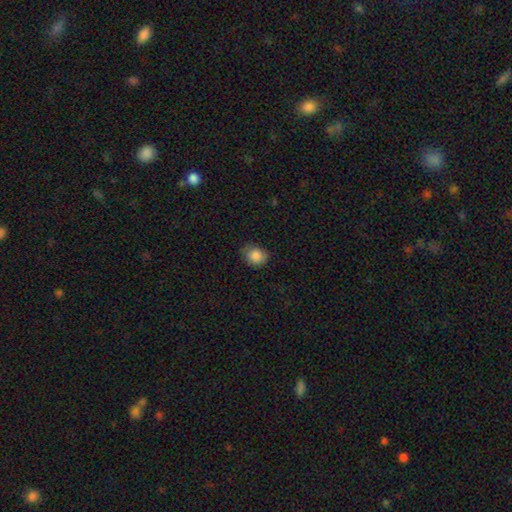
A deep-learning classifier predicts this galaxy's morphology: Q: Smooth or featured?
A: smooth (86%); runner-up: star or artifact (9%)
Q: How rounded?
A: round (63%); runner-up: in between (36%)
Q: Merging?
A: none (70%); runner-up: minor disturbance (24%)